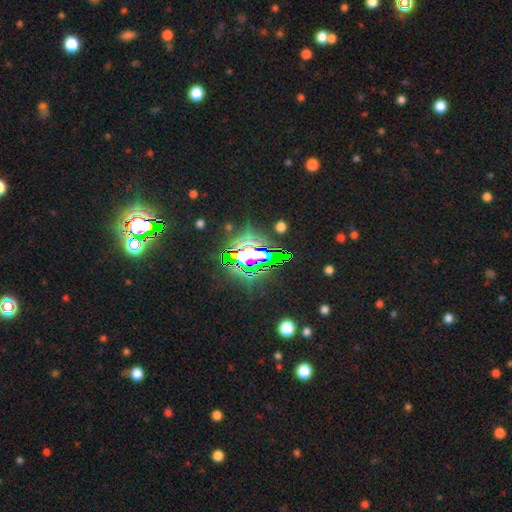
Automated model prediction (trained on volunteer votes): This appears to be a star or artifact, not a galaxy (83%).